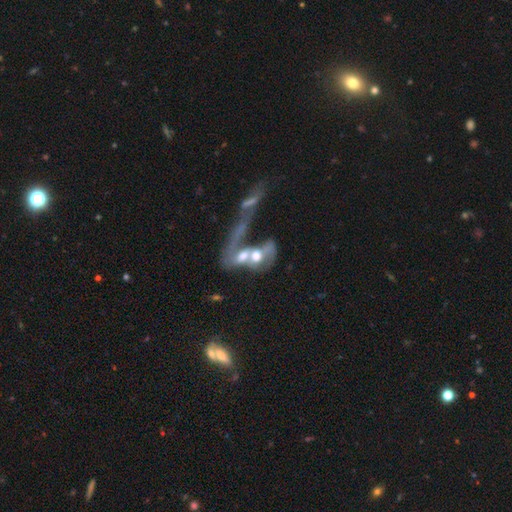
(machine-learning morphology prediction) The model was most divided on "smooth or featured": featured or disk: 48%, smooth: 42%, star or artifact: 10%. More confident: merging — merger (76%).